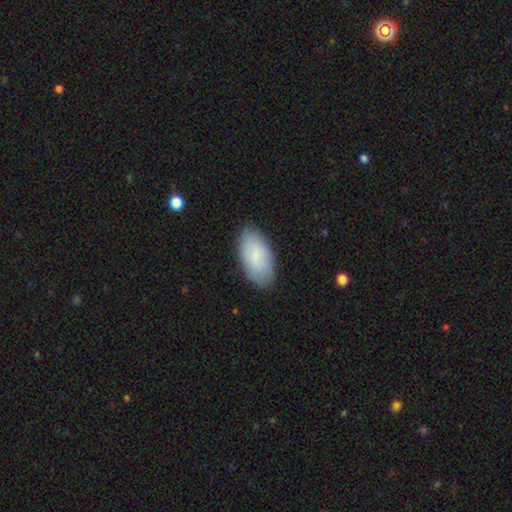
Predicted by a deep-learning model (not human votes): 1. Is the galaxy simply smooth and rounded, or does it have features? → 81% smooth, 13% featured or disk, 6% star or artifact.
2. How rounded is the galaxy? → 95% in between, 3% cigar-shaped, 2% round.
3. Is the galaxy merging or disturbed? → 84% none, 13% minor disturbance, 3% major disturbance, 1% merger.